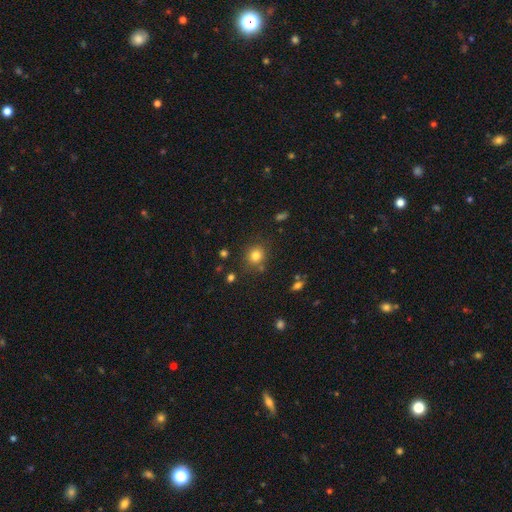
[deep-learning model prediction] The model was most divided on "smooth or featured": smooth: 79%, star or artifact: 14%, featured or disk: 7%. More confident: how rounded — round (85%); merging — none (80%).